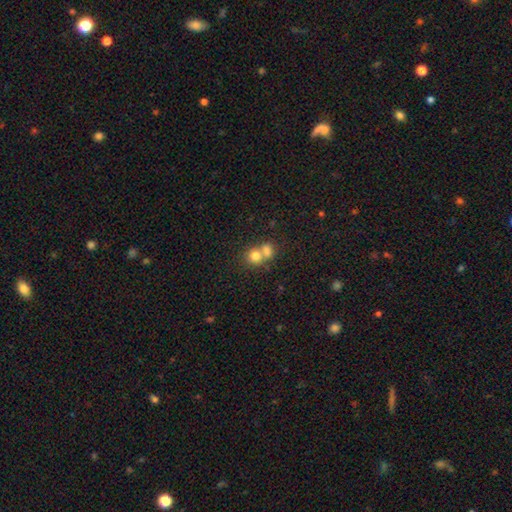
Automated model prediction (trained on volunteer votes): A smooth galaxy with no disk features (76%) that is round (75%).

Vote fractions:
- Smooth or featured? smooth: 76% / featured or disk: 13% / star or artifact: 11%
- How rounded? round: 75% / in between: 24% / cigar-shaped: 1%
- Merging? merger: 61% / none: 31% / minor disturbance: 5% / major disturbance: 3%